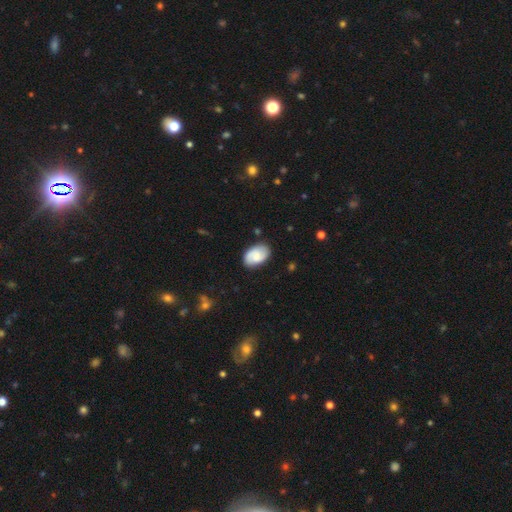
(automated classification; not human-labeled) Smooth or featured? smooth (64%)
How rounded? in between (90%)
Merging? none (79%)